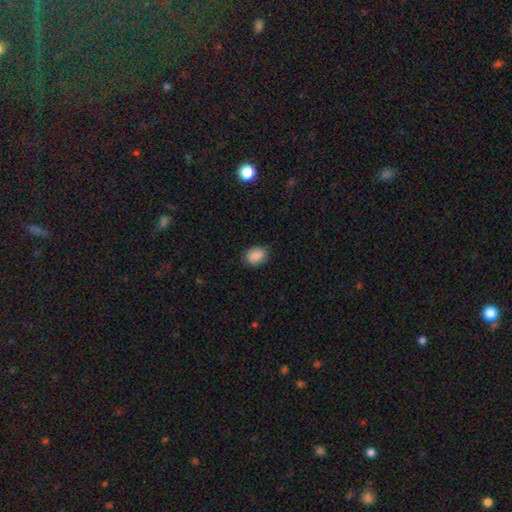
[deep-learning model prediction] smooth_or_featured: smooth (p=0.88) [alt: star or artifact p=0.08]
how_rounded: in between (p=0.67) [alt: round p=0.32]
merging: none (p=0.83) [alt: minor disturbance p=0.13]